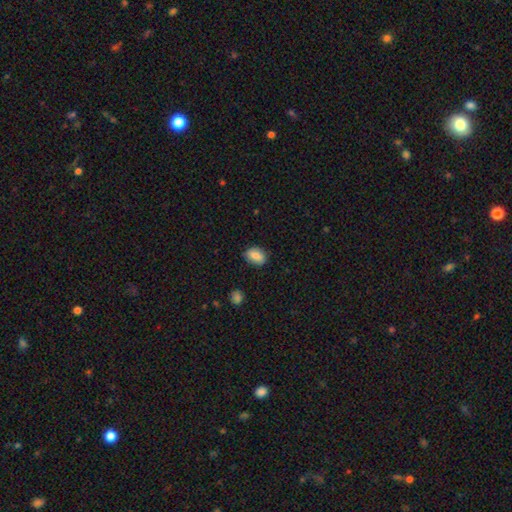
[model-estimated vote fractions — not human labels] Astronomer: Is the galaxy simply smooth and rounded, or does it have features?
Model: smooth — 84%.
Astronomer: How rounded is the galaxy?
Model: in between — 81%.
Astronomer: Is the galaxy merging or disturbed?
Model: none — 80%.